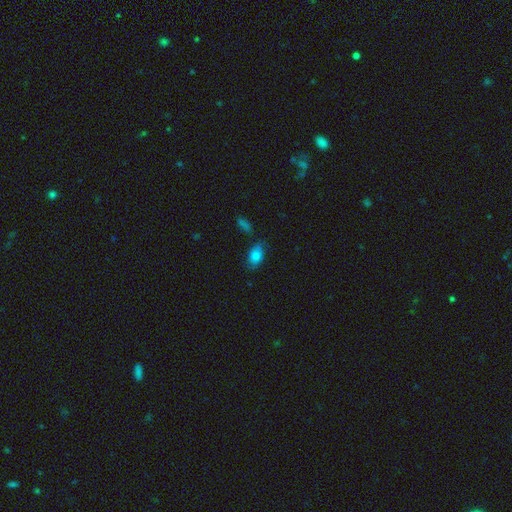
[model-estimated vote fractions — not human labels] Smooth or featured? smooth (77%)
How rounded? in between (87%)
Merging? none (70%)